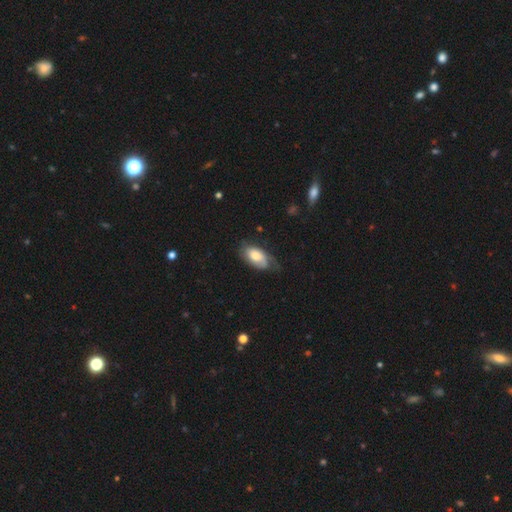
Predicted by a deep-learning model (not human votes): Smooth or featured? smooth (60%)
How rounded? in between (93%)
Merging? none (51%)